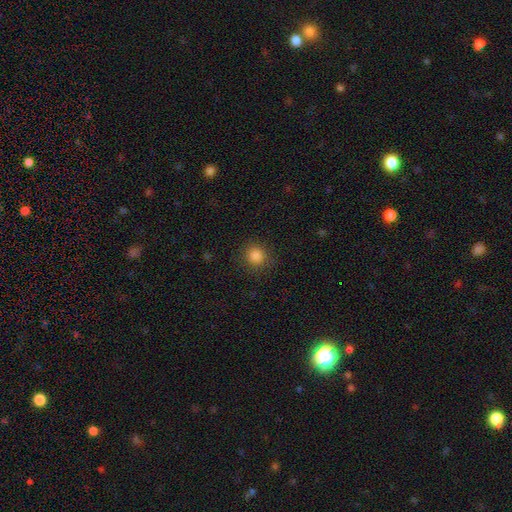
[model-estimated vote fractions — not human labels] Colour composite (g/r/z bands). It shows a smooth galaxy with no disk features (85%) that is round (90%). Merging: none (88%).